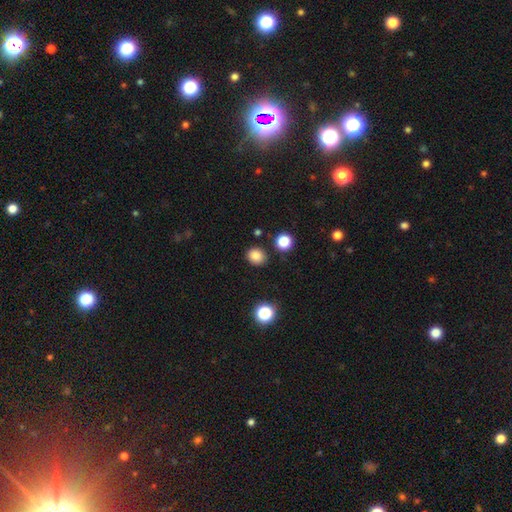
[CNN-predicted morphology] Smooth or featured? Predicted: smooth (p=0.84). How rounded? Predicted: round (p=0.69). Merging? Predicted: none (p=0.85).